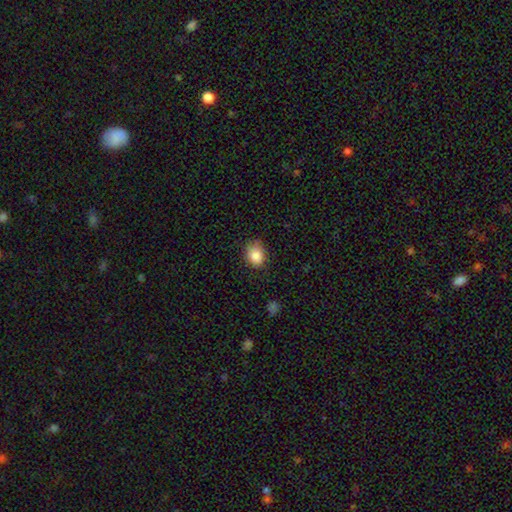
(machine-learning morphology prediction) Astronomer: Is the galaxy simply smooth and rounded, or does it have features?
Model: smooth — 85%.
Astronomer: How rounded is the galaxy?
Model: in between — 50% (runner-up: round, 49%).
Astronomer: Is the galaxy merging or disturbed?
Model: none — 70%.